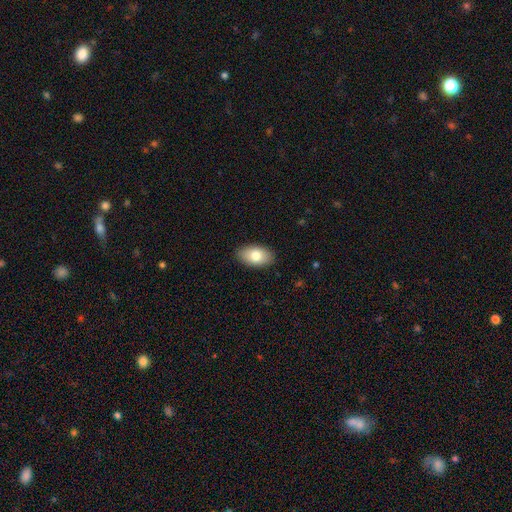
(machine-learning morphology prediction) smooth-or-featured: smooth: 80% | featured or disk: 14% | star or artifact: 7%
  how-rounded: in between: 93% | round: 5% | cigar-shaped: 2%
  merging: none: 89% | minor disturbance: 9% | major disturbance: 2% | merger: 1%